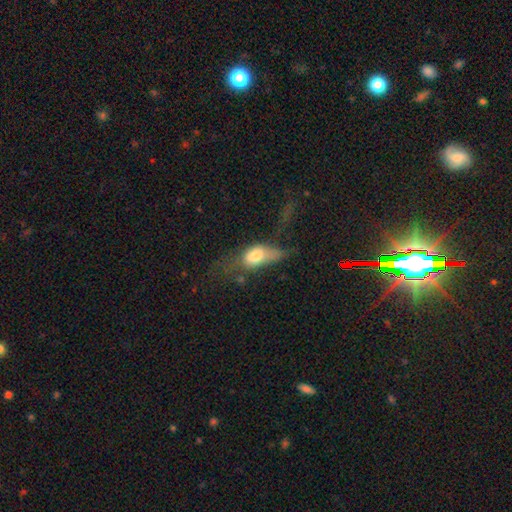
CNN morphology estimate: Smooth or featured? smooth (64%)
How rounded? in between (81%)
Merging? major disturbance (48%)